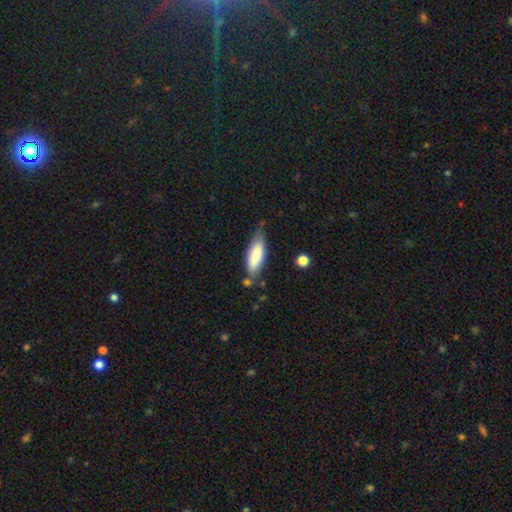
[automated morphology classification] Smooth or featured? Predicted: smooth (p=0.79). How rounded? Predicted: in between (p=0.57). Merging? Predicted: none (p=0.58).